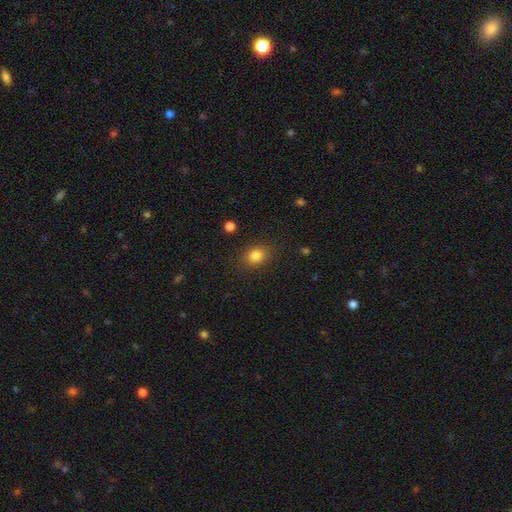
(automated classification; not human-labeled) Smooth or featured? Predicted: smooth (p=0.83). How rounded? Predicted: round (p=0.56). Merging? Predicted: none (p=0.85).